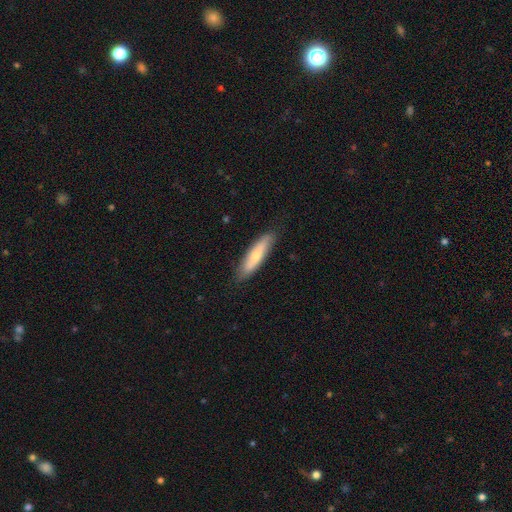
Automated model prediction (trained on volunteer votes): Morphology: type=smooth (66%); roundness=cigar-shaped (74%); merging=none (85%).